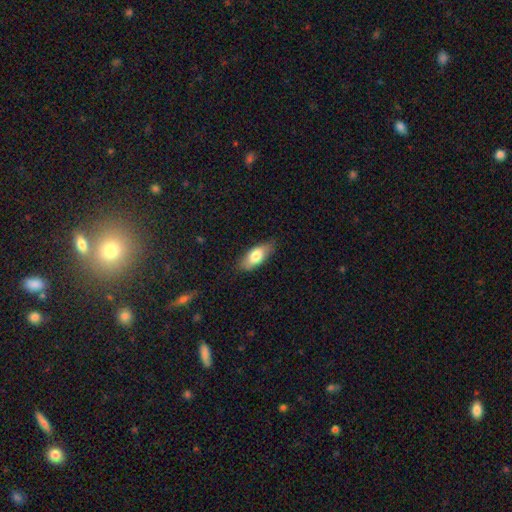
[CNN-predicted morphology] smooth_or_featured: smooth (p=0.76) [alt: featured or disk p=0.18]
how_rounded: in between (p=0.82) [alt: cigar-shaped p=0.15]
merging: none (p=0.82) [alt: minor disturbance p=0.15]